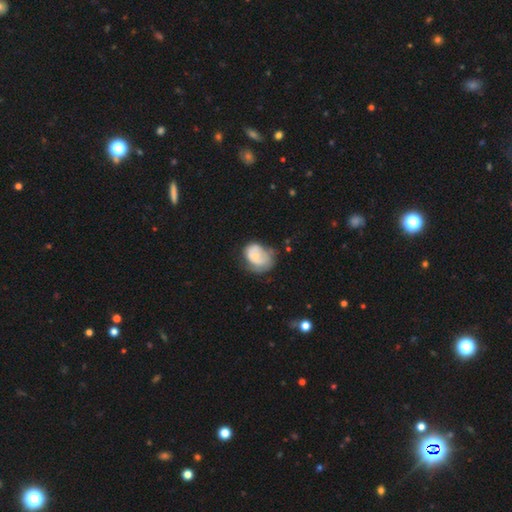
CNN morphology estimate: type=smooth (58%); roundness=in between (63%); merging=none (42%).